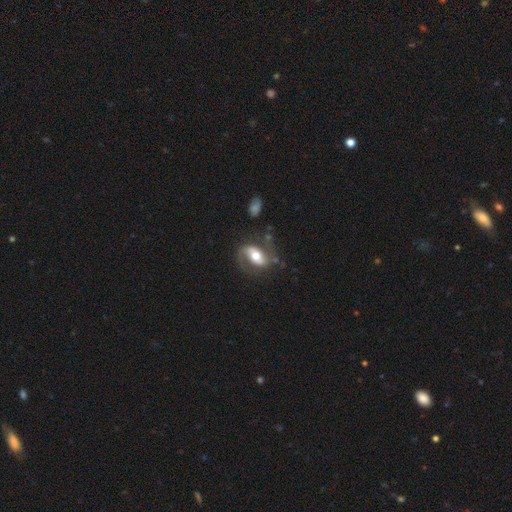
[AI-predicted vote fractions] Smooth or featured?
  - featured or disk: 72% *
  - smooth: 22%
  - star or artifact: 6%
Edge-on disk?
  - no: 94% *
  - yes: 6%
Bar?
  - strong: 38% *
  - no: 31%
  - weak: 31%
Spiral arms?
  - yes: 85% *
  - no: 15%
Spiral winding?
  - medium: 43% *
  - loose: 41%
  - tight: 16%
Spiral arm count?
  - 2: 81% *
  - 1: 11%
  - can't tell: 6%
  - 3: 1%
  - 4: 1%
  - more than 4: 1%
Bulge size?
  - moderate: 69% *
  - large: 15%
  - small: 12%
  - dominant: 2%
  - none: 1%
Merging?
  - none: 61% *
  - minor disturbance: 20%
  - major disturbance: 16%
  - merger: 4%